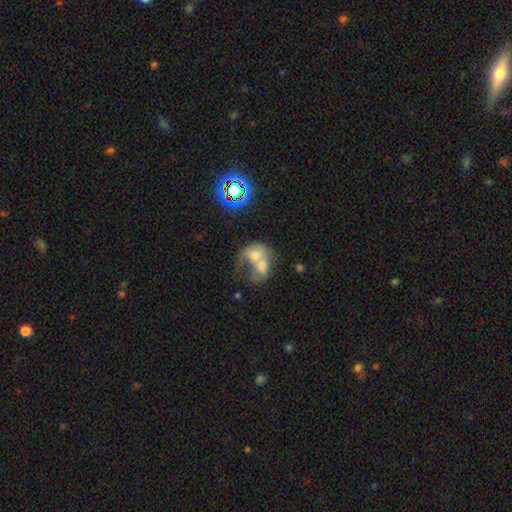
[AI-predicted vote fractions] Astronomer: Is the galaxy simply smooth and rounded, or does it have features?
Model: smooth — 48% (runner-up: featured or disk, 37%).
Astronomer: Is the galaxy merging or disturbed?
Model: merger — 75%.